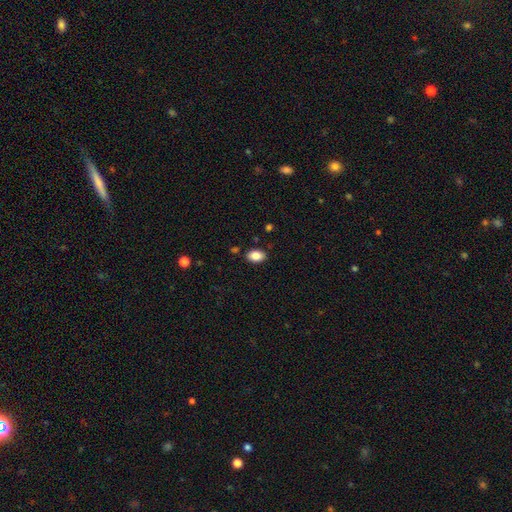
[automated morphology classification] smooth 85%, star or artifact 8%, featured or disk 7%. Down the decision tree: how rounded — in between (87%); merging — none (87%).